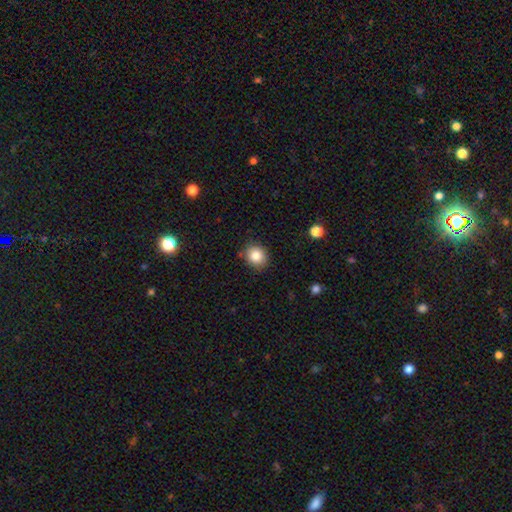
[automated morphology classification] Q: Smooth or featured?
A: smooth (84%); runner-up: star or artifact (10%)
Q: How rounded?
A: round (73%); runner-up: in between (26%)
Q: Merging?
A: none (84%); runner-up: minor disturbance (12%)